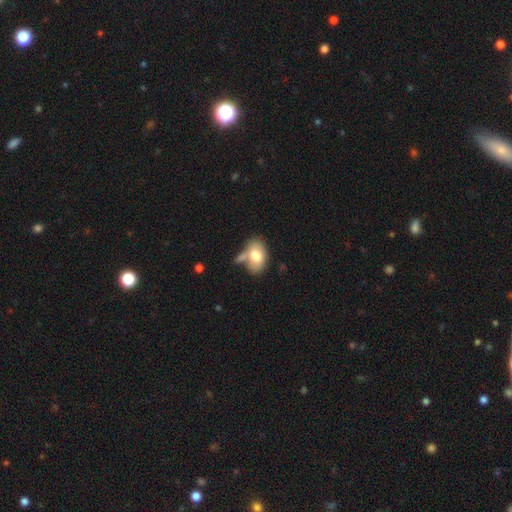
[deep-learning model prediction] A smooth galaxy with no disk features (74%) that is in between round and cigar-shaped (86%).

Vote fractions:
- Smooth or featured? smooth: 74% / featured or disk: 19% / star or artifact: 7%
- How rounded? in between: 86% / round: 13% / cigar-shaped: 1%
- Merging? none: 47% / merger: 26% / minor disturbance: 19% / major disturbance: 8%